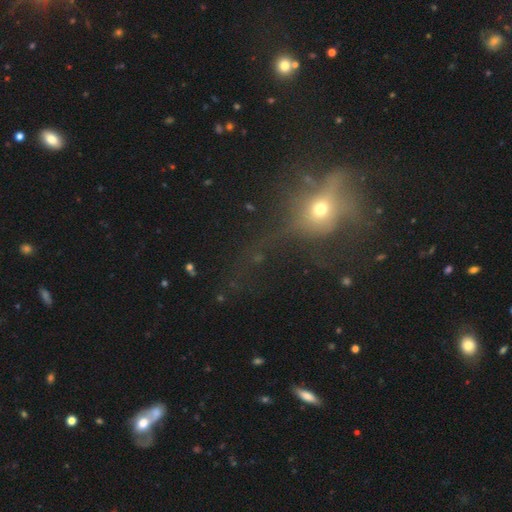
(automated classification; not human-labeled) Q: Smooth or featured?
A: star or artifact (39%); runner-up: smooth (35%)